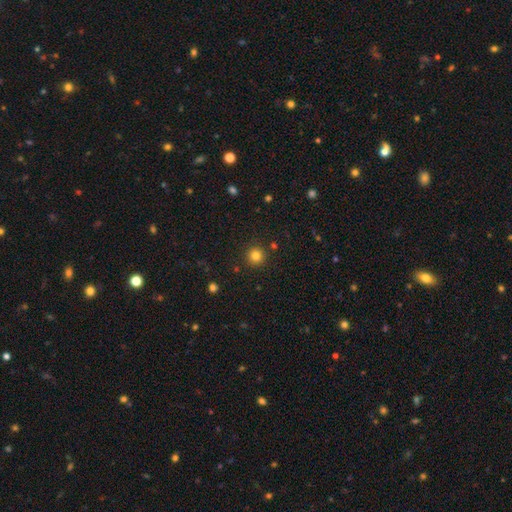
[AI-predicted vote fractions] This appears to be a smooth galaxy with no disk features (82%) that is round (95%). Merging: none (90%).